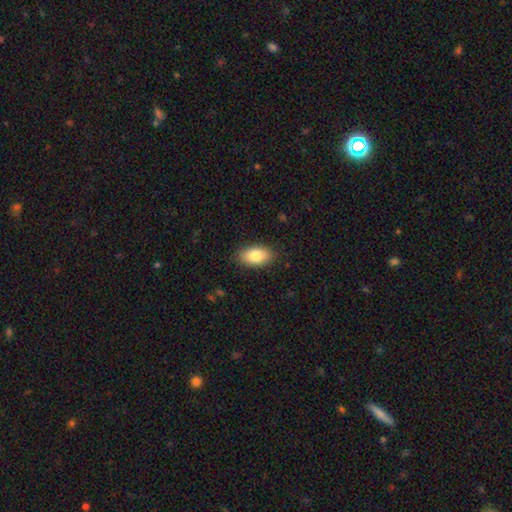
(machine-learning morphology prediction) This appears to be a smooth galaxy with no disk features (83%) that is in between round and cigar-shaped (92%). Merging: none (87%).